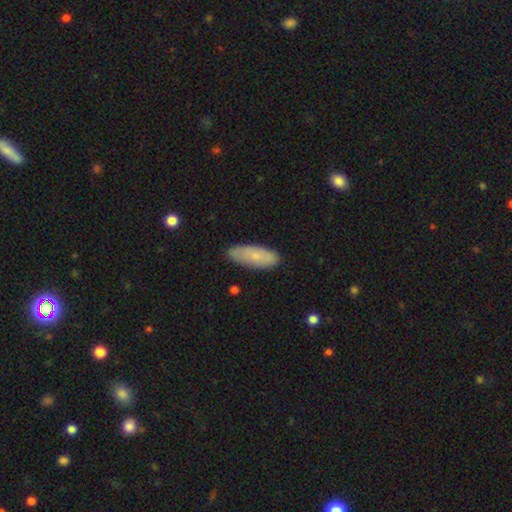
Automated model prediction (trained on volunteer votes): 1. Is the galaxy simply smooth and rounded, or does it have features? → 76% smooth, 18% featured or disk, 6% star or artifact.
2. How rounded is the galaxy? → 70% in between, 28% cigar-shaped, 2% round.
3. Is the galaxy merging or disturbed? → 81% none, 15% minor disturbance, 2% major disturbance, 1% merger.